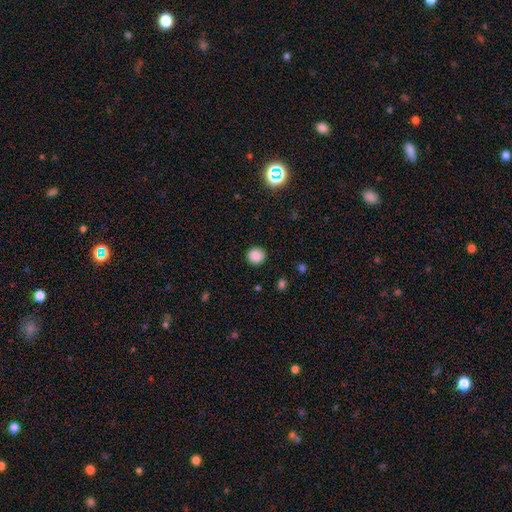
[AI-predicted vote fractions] Morphology: type=smooth (86%); roundness=round (91%); merging=none (89%).